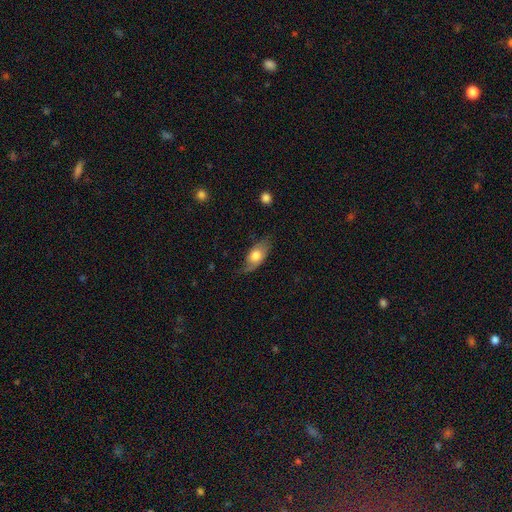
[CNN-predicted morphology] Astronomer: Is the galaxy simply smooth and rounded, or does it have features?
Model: smooth — 60%.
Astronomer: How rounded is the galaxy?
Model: in between — 83%.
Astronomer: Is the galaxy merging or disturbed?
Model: none — 58%.